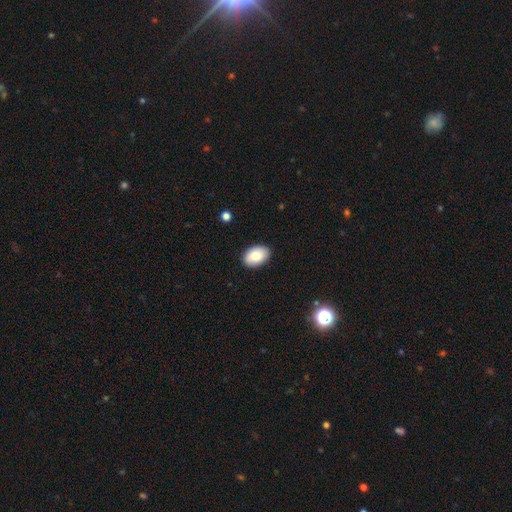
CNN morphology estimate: type=smooth (86%); roundness=in between (90%); merging=none (89%).